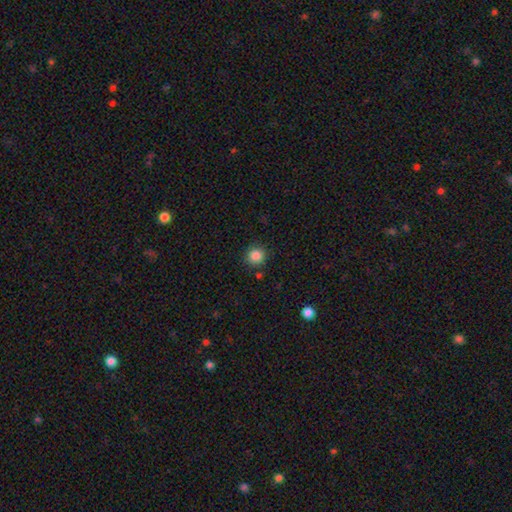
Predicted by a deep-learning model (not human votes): Q: Smooth or featured?
A: smooth (86%); runner-up: star or artifact (11%)
Q: How rounded?
A: round (93%); runner-up: in between (6%)
Q: Merging?
A: none (88%); runner-up: minor disturbance (8%)